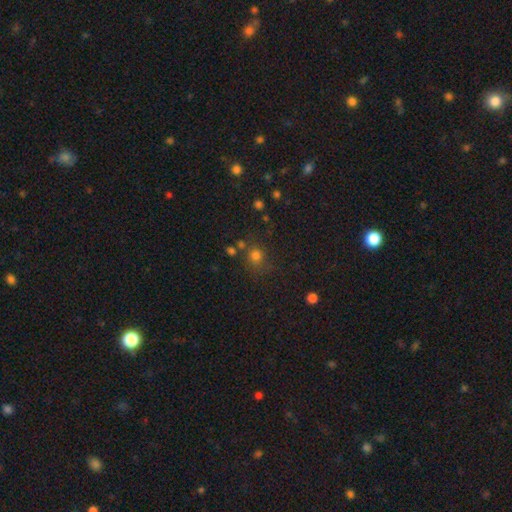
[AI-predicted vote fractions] A smooth galaxy with no disk features (74%) that is round (84%).

Vote fractions:
- Smooth or featured? smooth: 74% / star or artifact: 19% / featured or disk: 8%
- How rounded? round: 84% / in between: 15% / cigar-shaped: 1%
- Merging? none: 69% / minor disturbance: 14% / merger: 11% / major disturbance: 7%